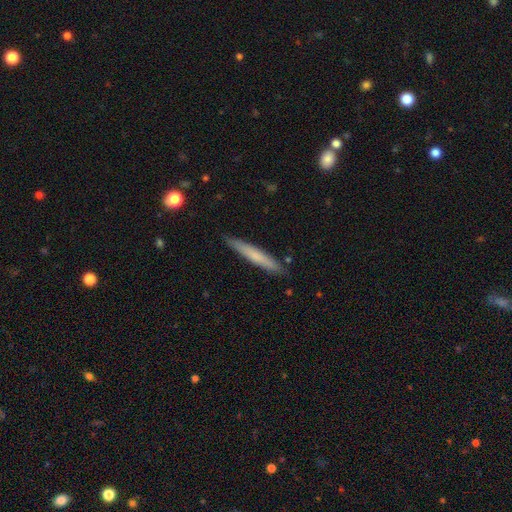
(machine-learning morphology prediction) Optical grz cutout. It shows a smooth galaxy with no disk features (65%) that is cigar-shaped (95%). Merging: none (88%).